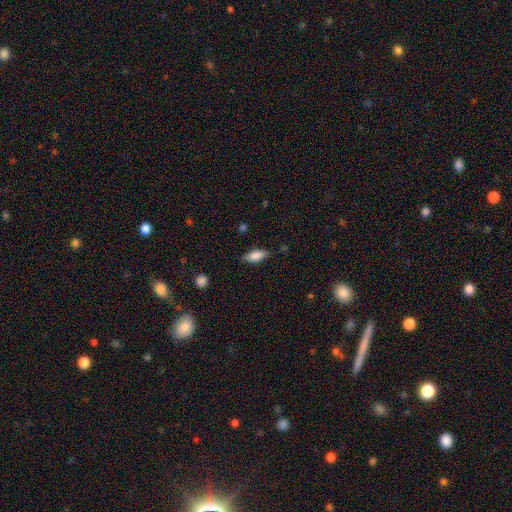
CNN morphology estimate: Smooth or featured? smooth (81%)
How rounded? in between (75%)
Merging? none (80%)